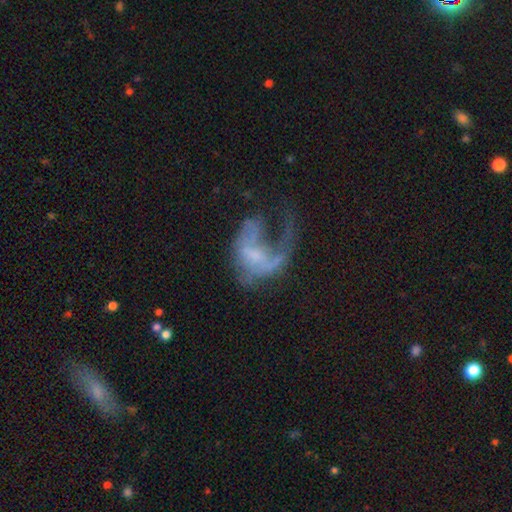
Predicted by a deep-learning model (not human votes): The model was most divided on "bulge size": small: 39%, none: 38%, moderate: 19%, large: 3%, dominant: 1%. More confident: edge-on disk — no (97%); smooth or featured — featured or disk (67%); bar — no (65%); merging — major disturbance (61%); spiral arms — yes (57%).